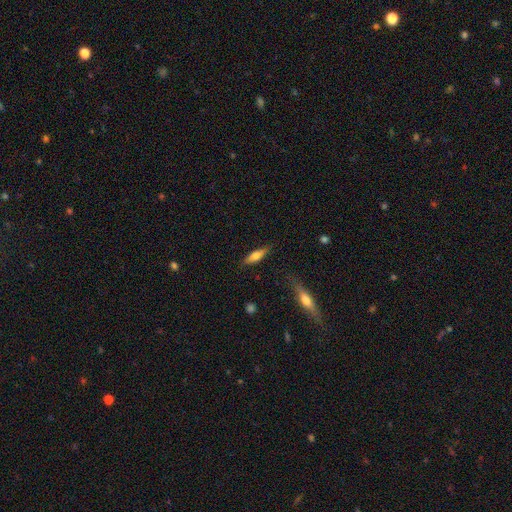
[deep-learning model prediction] A smooth galaxy with no disk features (63%) that is cigar-shaped (56%). Merging: none (83%).